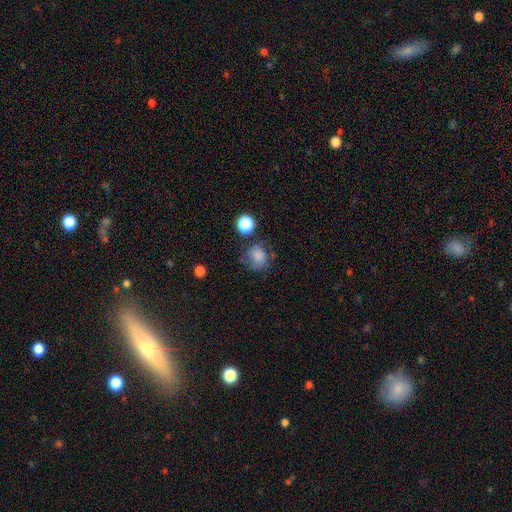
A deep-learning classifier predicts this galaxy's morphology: Q: Smooth or featured?
A: smooth (60%); runner-up: star or artifact (22%)
Q: How rounded?
A: round (81%); runner-up: in between (18%)
Q: Merging?
A: none (67%); runner-up: minor disturbance (19%)